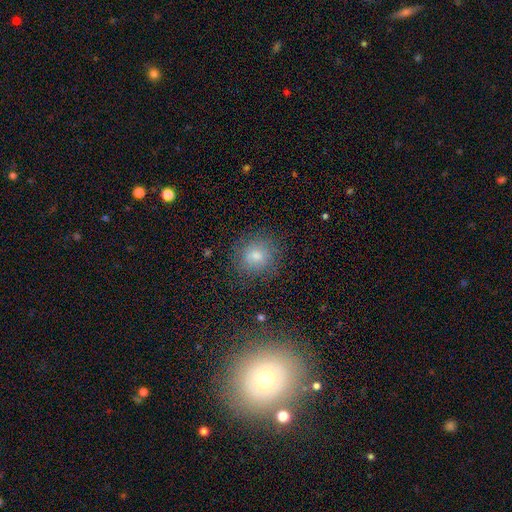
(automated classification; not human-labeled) This appears to be a smooth galaxy with no disk features (68%) that is round (86%). Merging: none (85%).